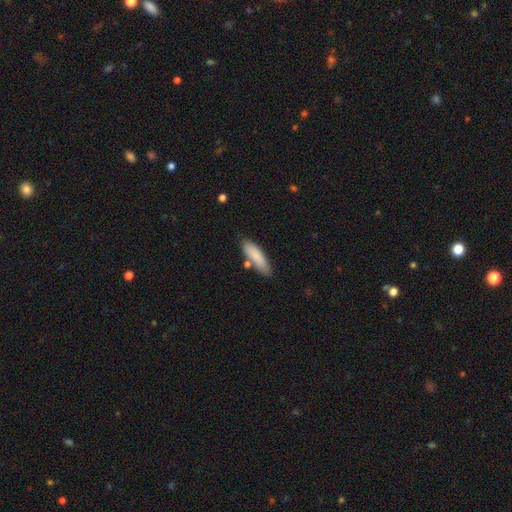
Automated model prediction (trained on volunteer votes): A smooth galaxy with no disk features (84%) that is cigar-shaped (57%).

Vote fractions:
- Smooth or featured? smooth: 84% / featured or disk: 10% / star or artifact: 6%
- How rounded? cigar-shaped: 57% / in between: 42% / round: 2%
- Merging? none: 73% / minor disturbance: 16% / merger: 8% / major disturbance: 3%